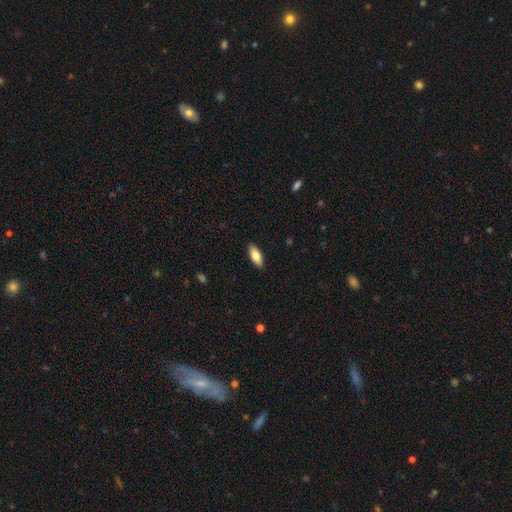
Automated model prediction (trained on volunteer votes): A smooth galaxy with no disk features (80%) that is in between round and cigar-shaped (78%).

Vote fractions:
- Smooth or featured? smooth: 80% / featured or disk: 14% / star or artifact: 6%
- How rounded? in between: 78% / cigar-shaped: 20% / round: 2%
- Merging? none: 90% / minor disturbance: 8% / major disturbance: 2% / merger: 1%